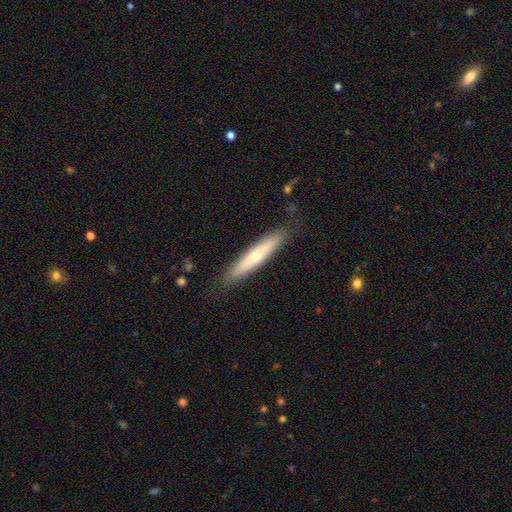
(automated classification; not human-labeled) Smooth or featured: smooth — 50% (featured or disk — 44%)
Merging: none — 86% (minor disturbance — 11%)